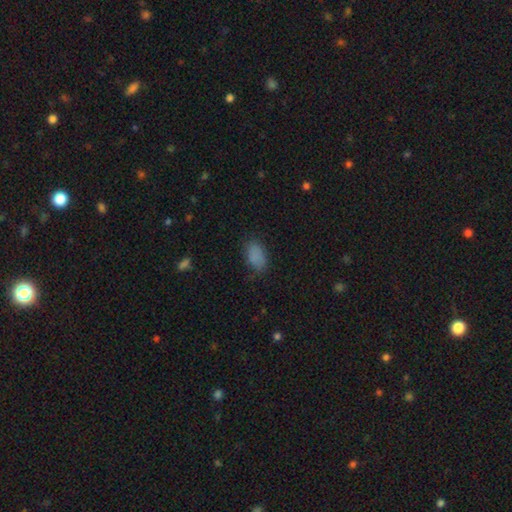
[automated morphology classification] This is clearly a smooth galaxy (84%). How rounded: clearly in between (91%). Merging: likely none (74%).